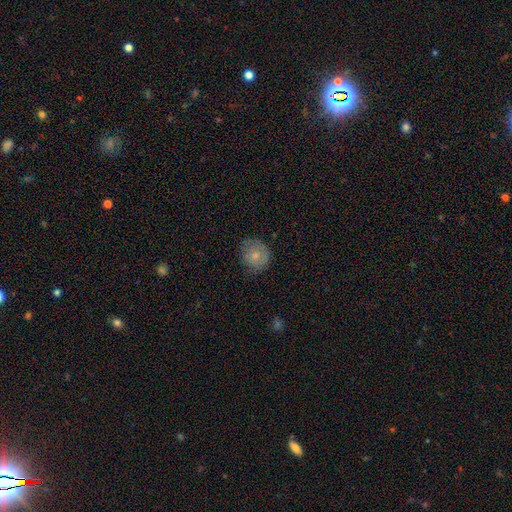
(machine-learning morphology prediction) A smooth galaxy with no disk features (74%) that is round (80%). Merging: none (70%).